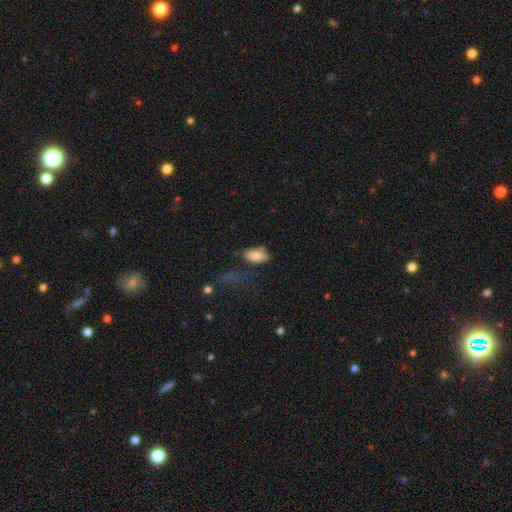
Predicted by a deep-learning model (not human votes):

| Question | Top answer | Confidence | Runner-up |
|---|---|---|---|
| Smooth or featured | smooth | 81% | featured or disk (10%) |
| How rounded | in between | 89% | cigar-shaped (8%) |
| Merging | none | 40% | minor disturbance (31%) |